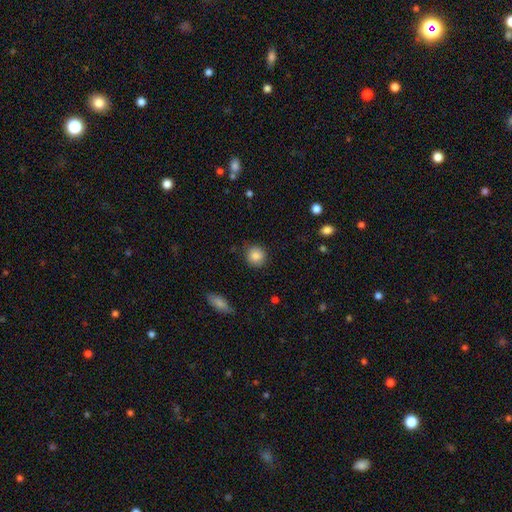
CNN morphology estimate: Overall: smooth (87%). How rounded: round (88%). Merging: none (86%).